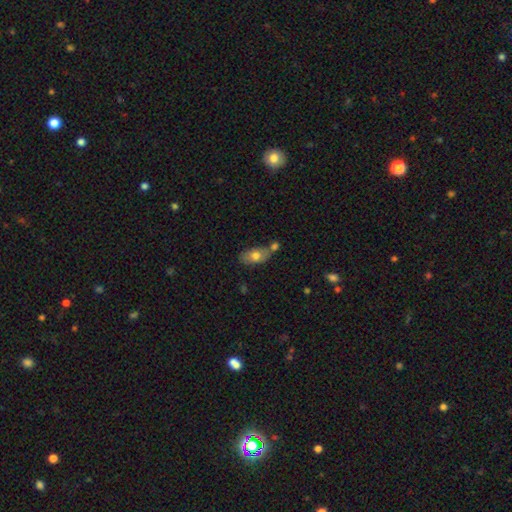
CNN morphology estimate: smooth 72%, featured or disk 21%, star or artifact 7%. Down the decision tree: how rounded — in between (87%); merging — none (48%).